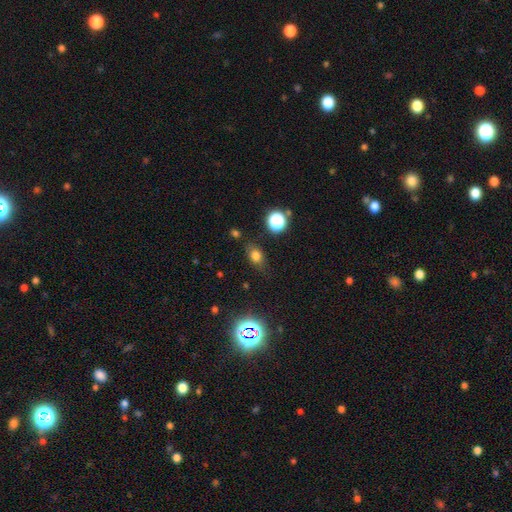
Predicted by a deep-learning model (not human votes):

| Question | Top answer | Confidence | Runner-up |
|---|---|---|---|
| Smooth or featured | smooth | 72% | star or artifact (18%) |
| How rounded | in between | 64% | round (32%) |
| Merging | none | 75% | minor disturbance (17%) |